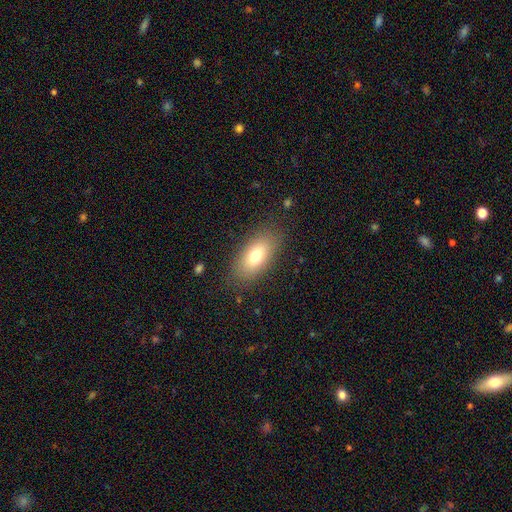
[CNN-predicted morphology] smooth-or-featured: smooth: 74% | featured or disk: 17% | star or artifact: 9%
  how-rounded: in between: 88% | cigar-shaped: 7% | round: 5%
  merging: none: 84% | minor disturbance: 11% | major disturbance: 4% | merger: 1%